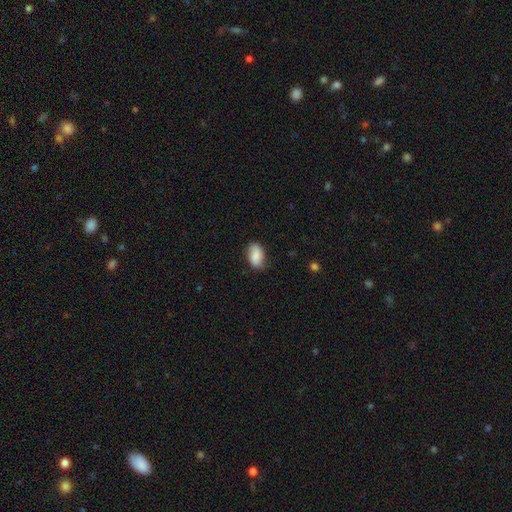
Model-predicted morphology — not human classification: Q: Smooth or featured?
A: smooth (79%); runner-up: featured or disk (13%)
Q: How rounded?
A: in between (89%); runner-up: round (9%)
Q: Merging?
A: none (73%); runner-up: minor disturbance (21%)